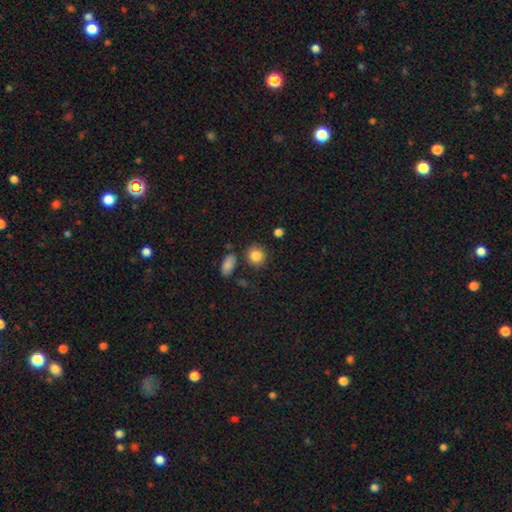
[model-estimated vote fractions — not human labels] smooth-or-featured: smooth: 86% | star or artifact: 9% | featured or disk: 5%
  how-rounded: round: 79% | in between: 20% | cigar-shaped: 1%
  merging: none: 81% | minor disturbance: 10% | merger: 5% | major disturbance: 3%